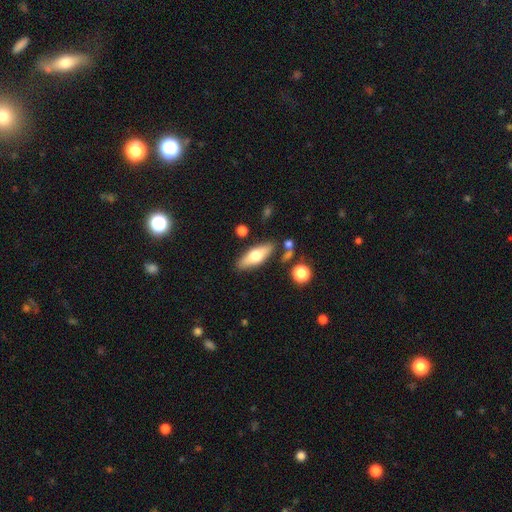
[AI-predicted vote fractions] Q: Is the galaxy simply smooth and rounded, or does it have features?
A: smooth — 57%.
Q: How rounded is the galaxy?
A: in between — 59%.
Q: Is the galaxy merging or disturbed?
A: none — 81%.